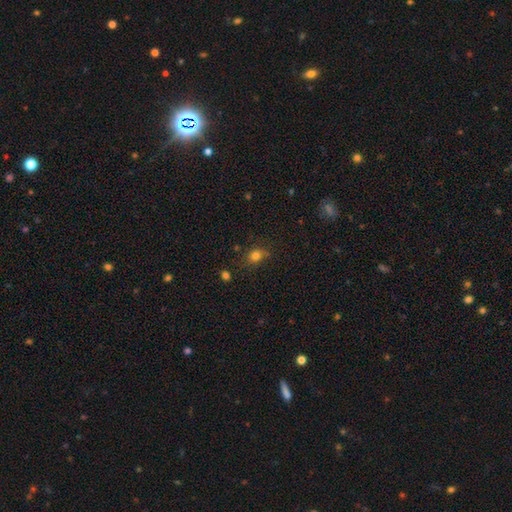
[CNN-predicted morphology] smooth_or_featured: smooth (p=0.78) [alt: star or artifact p=0.14]
how_rounded: round (p=0.58) [alt: in between p=0.41]
merging: none (p=0.71) [alt: minor disturbance p=0.20]